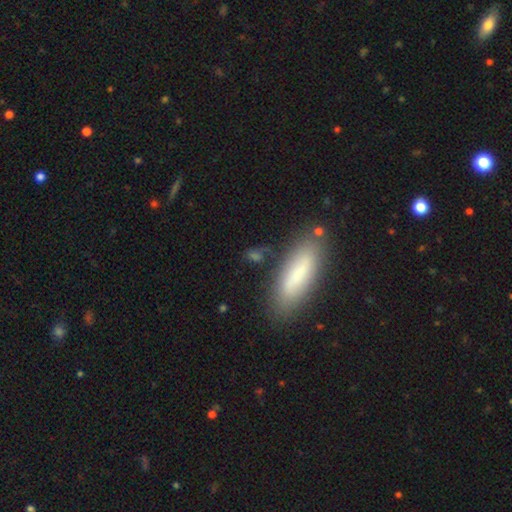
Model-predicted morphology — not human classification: smooth_or_featured: smooth (p=0.74) [alt: featured or disk p=0.18]
how_rounded: in between (p=0.49) [alt: cigar-shaped p=0.48]
merging: none (p=0.74) [alt: minor disturbance p=0.16]